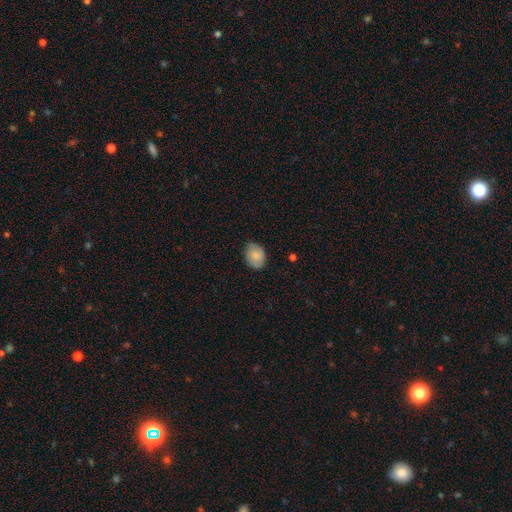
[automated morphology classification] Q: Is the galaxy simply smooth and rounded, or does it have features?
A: smooth — 78%.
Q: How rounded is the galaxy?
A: in between — 71%.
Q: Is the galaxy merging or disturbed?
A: none — 77%.